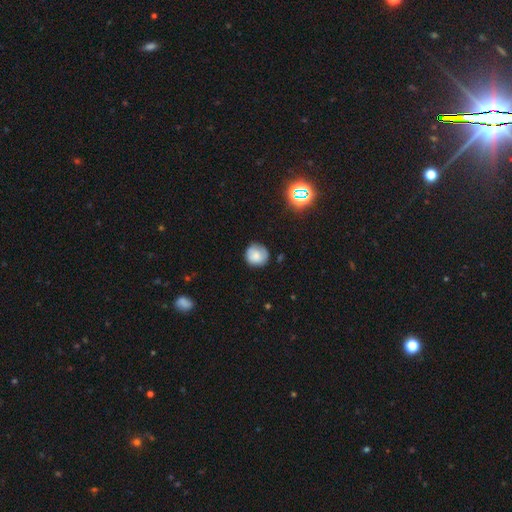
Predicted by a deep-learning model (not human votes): A smooth galaxy with no disk features (71%) that is round (85%).

Vote fractions:
- Smooth or featured? smooth: 71% / featured or disk: 19% / star or artifact: 10%
- How rounded? round: 85% / in between: 14% / cigar-shaped: 1%
- Merging? none: 72% / minor disturbance: 21% / major disturbance: 5% / merger: 2%